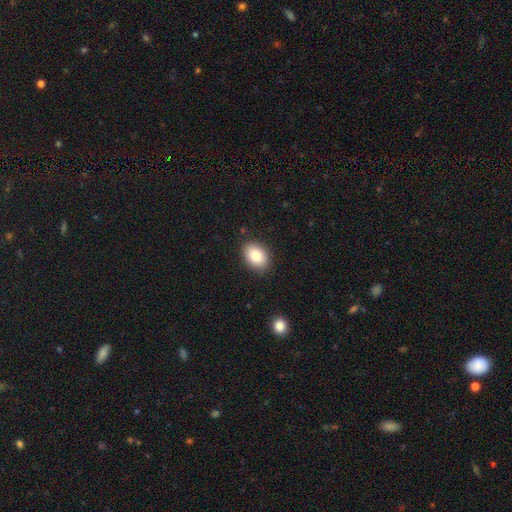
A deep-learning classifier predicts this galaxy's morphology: Smooth or featured?
  - smooth: 86% *
  - star or artifact: 7%
  - featured or disk: 7%
How rounded?
  - in between: 82% *
  - round: 17%
  - cigar-shaped: 1%
Merging?
  - none: 87% *
  - minor disturbance: 10%
  - major disturbance: 2%
  - merger: 1%